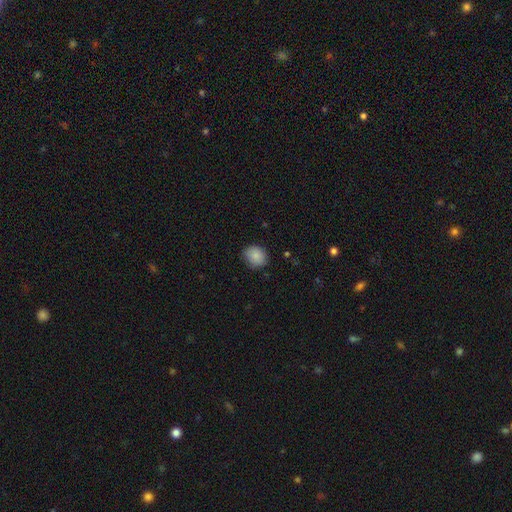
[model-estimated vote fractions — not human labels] A smooth galaxy with no disk features (87%) that is round (66%). Merging: none (82%).